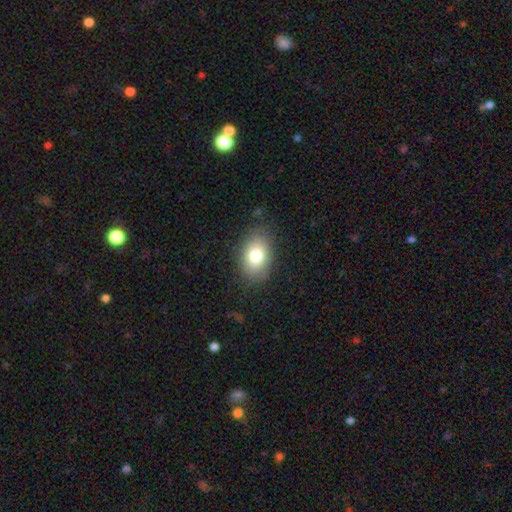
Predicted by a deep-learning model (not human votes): Smooth or featured? smooth (78%)
How rounded? in between (80%)
Merging? none (83%)